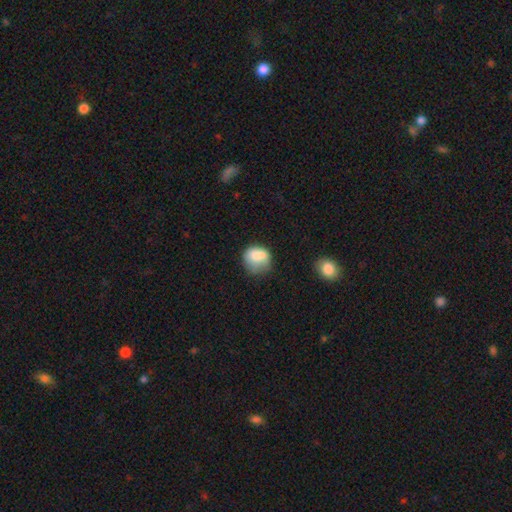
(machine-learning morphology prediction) smooth 72%, featured or disk 18%, star or artifact 9%. Down the decision tree: how rounded — round (72%); merging — none (41%).